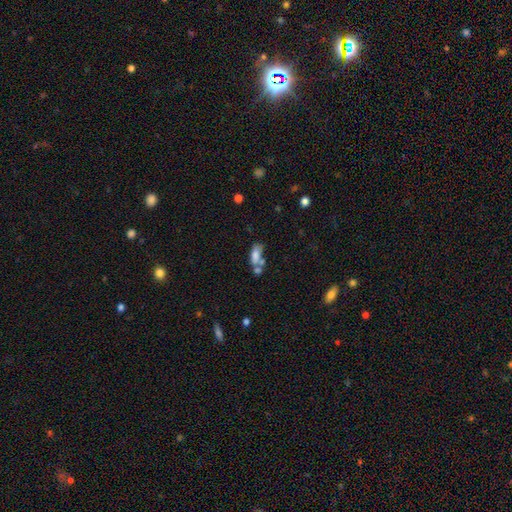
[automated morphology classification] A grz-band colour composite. It shows a smooth galaxy with no disk features (66%) that is in between round and cigar-shaped (79%). Merging: merger (45%).